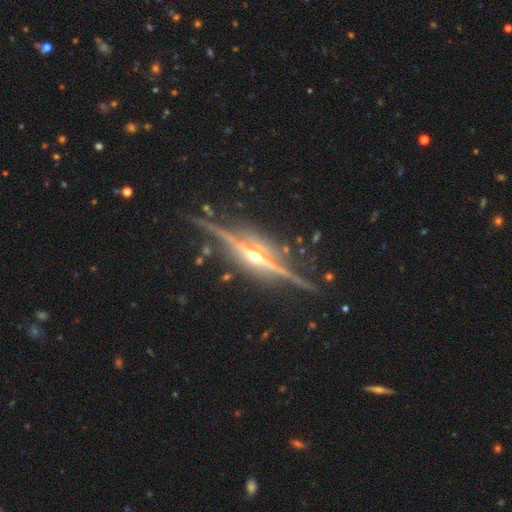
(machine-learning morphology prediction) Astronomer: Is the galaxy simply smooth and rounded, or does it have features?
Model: featured or disk — 90%.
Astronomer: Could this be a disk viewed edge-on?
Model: yes — 97%.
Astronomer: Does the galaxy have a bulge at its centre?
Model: rounded — 91%.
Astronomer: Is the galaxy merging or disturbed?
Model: none — 84%.